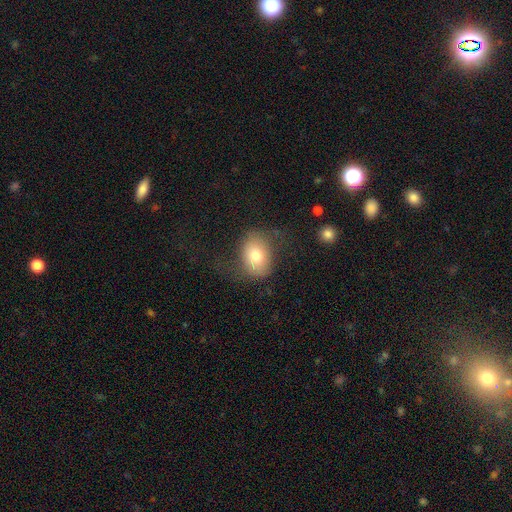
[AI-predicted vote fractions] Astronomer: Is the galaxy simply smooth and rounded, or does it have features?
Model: smooth — 73%.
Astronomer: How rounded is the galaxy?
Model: in between — 67%.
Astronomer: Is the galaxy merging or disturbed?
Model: none — 55%.